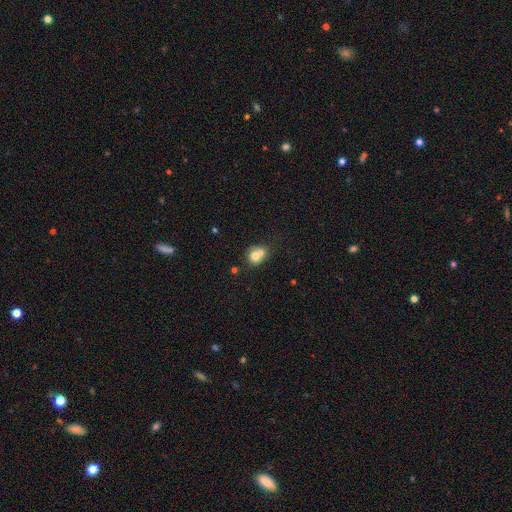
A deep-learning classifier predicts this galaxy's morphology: Smooth or featured?
  - smooth: 71% *
  - featured or disk: 19%
  - star or artifact: 10%
How rounded?
  - round: 74% *
  - in between: 25%
  - cigar-shaped: 1%
Merging?
  - merger: 58% *
  - none: 32%
  - minor disturbance: 8%
  - major disturbance: 3%